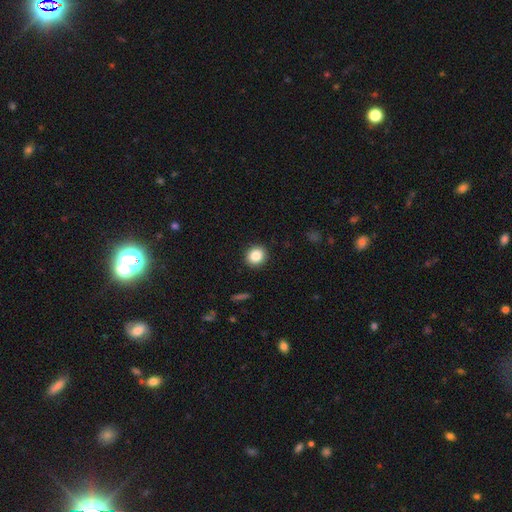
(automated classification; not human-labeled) Smooth or featured? smooth (86%)
How rounded? round (81%)
Merging? none (91%)